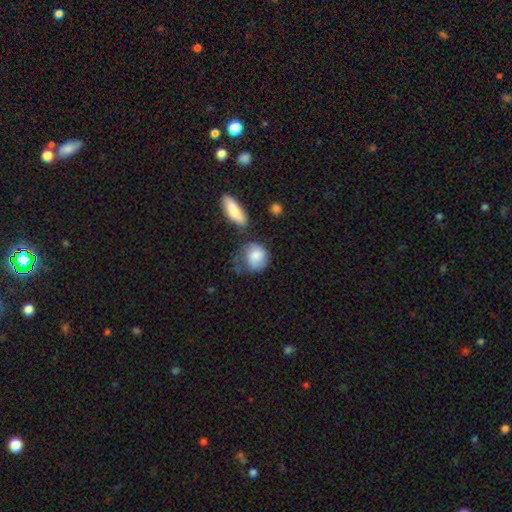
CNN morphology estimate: smooth 80%, featured or disk 14%, star or artifact 6%. Down the decision tree: how rounded — round (70%); merging — none (39%).